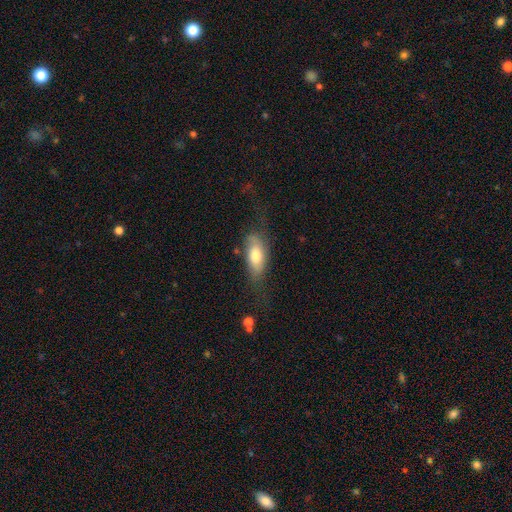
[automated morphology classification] smooth 67%, featured or disk 27%, star or artifact 7%. Down the decision tree: how rounded — in between (83%); merging — none (51%).